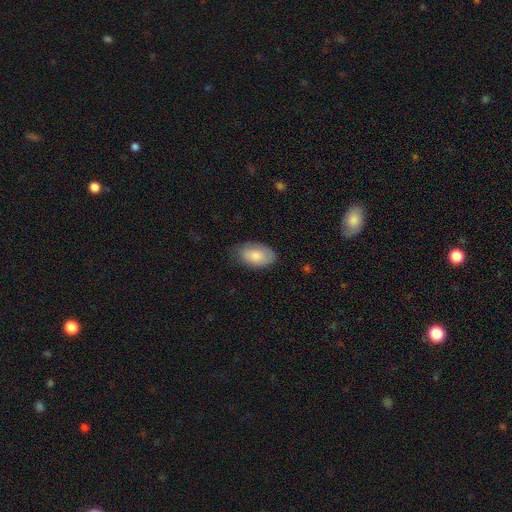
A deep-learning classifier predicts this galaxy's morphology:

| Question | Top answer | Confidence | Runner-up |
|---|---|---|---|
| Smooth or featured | smooth | 80% | featured or disk (14%) |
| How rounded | in between | 94% | round (5%) |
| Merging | none | 71% | minor disturbance (23%) |